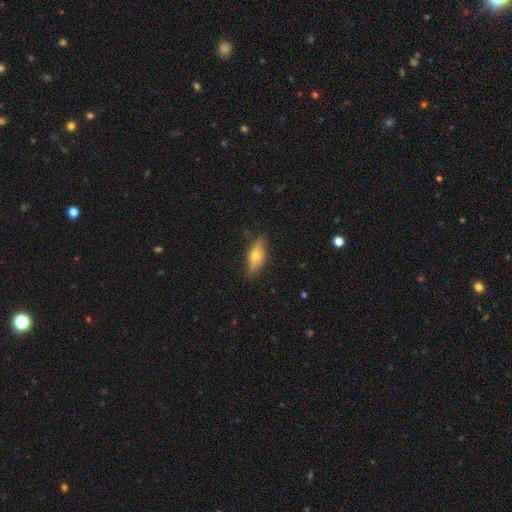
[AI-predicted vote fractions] smooth-or-featured: featured or disk: 48% | smooth: 45% | star or artifact: 7%
  merging: none: 82% | minor disturbance: 14% | major disturbance: 3% | merger: 1%